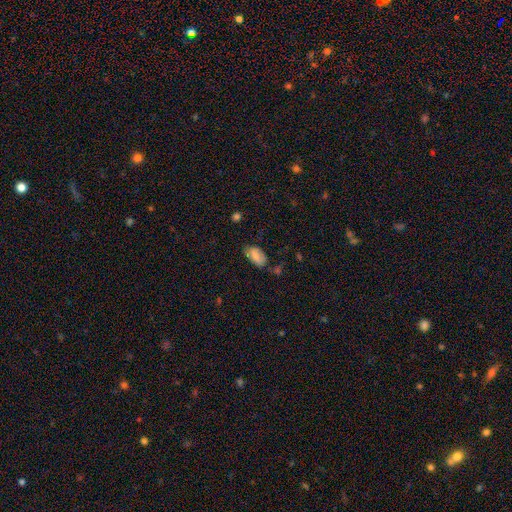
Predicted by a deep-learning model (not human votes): Overall: smooth (75%). How rounded: in between (92%). Merging: none (55%; minor disturbance 31%).